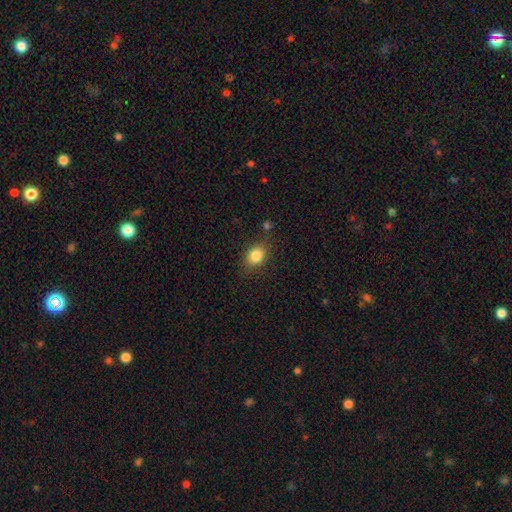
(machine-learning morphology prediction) A smooth galaxy with no disk features (84%) that is in between round and cigar-shaped (62%).

Vote fractions:
- Smooth or featured? smooth: 84% / star or artifact: 10% / featured or disk: 7%
- How rounded? in between: 62% / round: 37% / cigar-shaped: 1%
- Merging? none: 78% / minor disturbance: 14% / major disturbance: 4% / merger: 4%